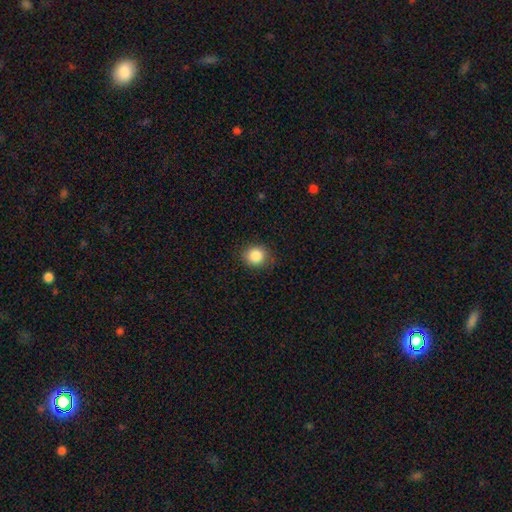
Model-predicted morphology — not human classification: Smooth or featured? smooth (87%)
How rounded? round (81%)
Merging? none (85%)